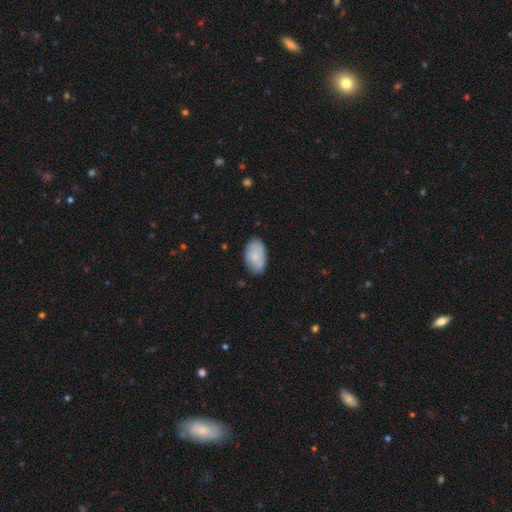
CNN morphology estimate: A smooth galaxy with no disk features (74%) that is in between round and cigar-shaped (94%). Merging: none (76%).